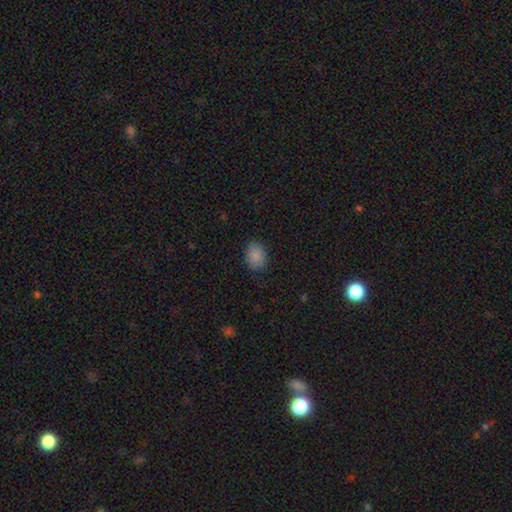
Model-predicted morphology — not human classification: smooth 88%, star or artifact 8%, featured or disk 4%. Down the decision tree: how rounded — in between (69%); merging — none (86%).